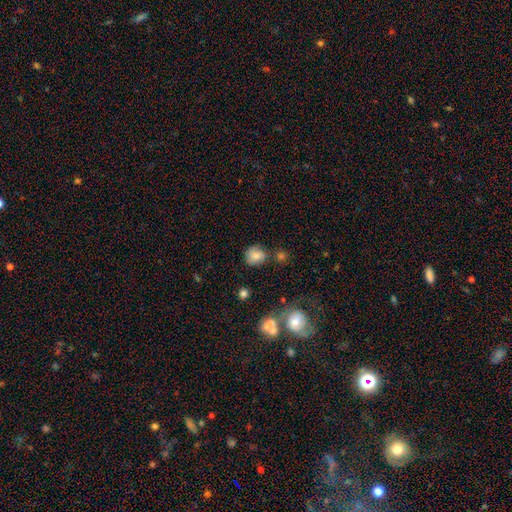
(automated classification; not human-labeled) Smooth or featured: smooth — 73% (featured or disk — 16%)
How rounded: round — 72% (in between — 27%)
Merging: none — 63% (minor disturbance — 22%)